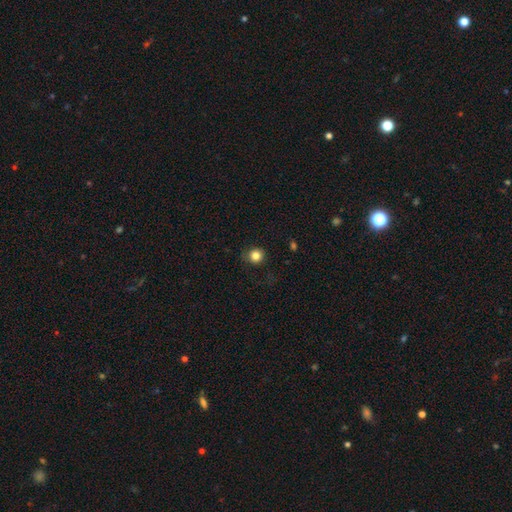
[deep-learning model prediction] smooth_or_featured: smooth (p=0.83) [alt: star or artifact p=0.12]
how_rounded: round (p=0.91) [alt: in between p=0.08]
merging: none (p=0.84) [alt: minor disturbance p=0.11]